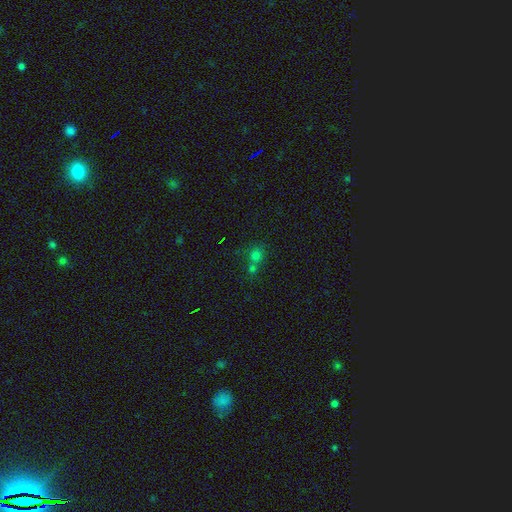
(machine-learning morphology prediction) This appears to be a smooth galaxy with no disk features (69%) that is round (82%). Merging: merger (46%).